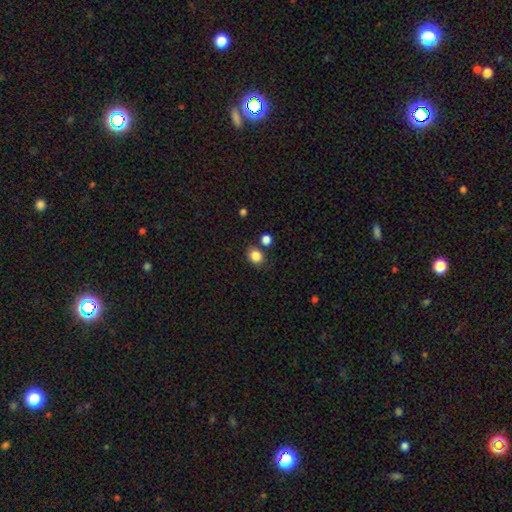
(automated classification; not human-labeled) Smooth or featured? Predicted: smooth (p=0.85). How rounded? Predicted: round (p=0.63). Merging? Predicted: none (p=0.76).